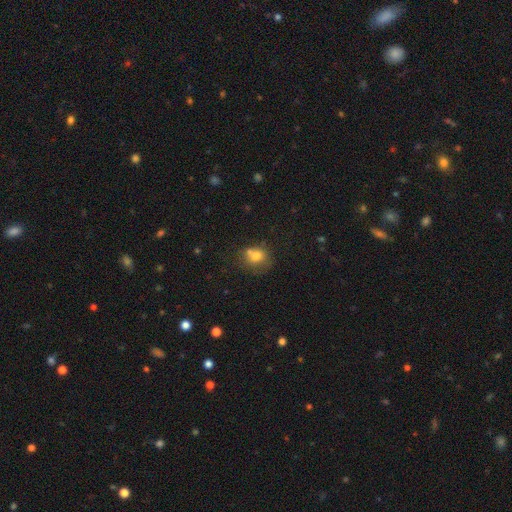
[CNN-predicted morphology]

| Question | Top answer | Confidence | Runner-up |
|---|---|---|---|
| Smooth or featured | smooth | 73% | featured or disk (15%) |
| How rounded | round | 66% | in between (33%) |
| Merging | none | 45% | merger (27%) |